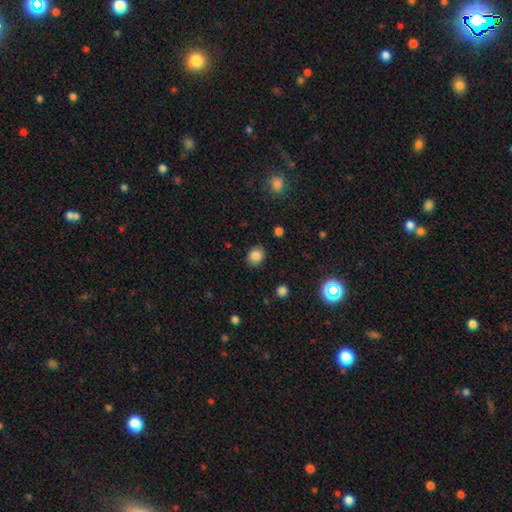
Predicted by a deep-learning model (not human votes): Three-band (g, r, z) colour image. It shows a smooth galaxy with no disk features (85%) that is round (64%). Merging: none (86%).